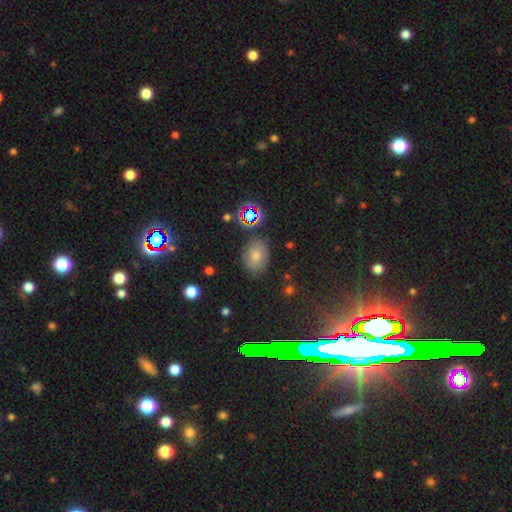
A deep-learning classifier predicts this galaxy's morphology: Q: Smooth or featured?
A: smooth (67%); runner-up: star or artifact (20%)
Q: How rounded?
A: in between (69%); runner-up: round (29%)
Q: Merging?
A: none (78%); runner-up: minor disturbance (14%)